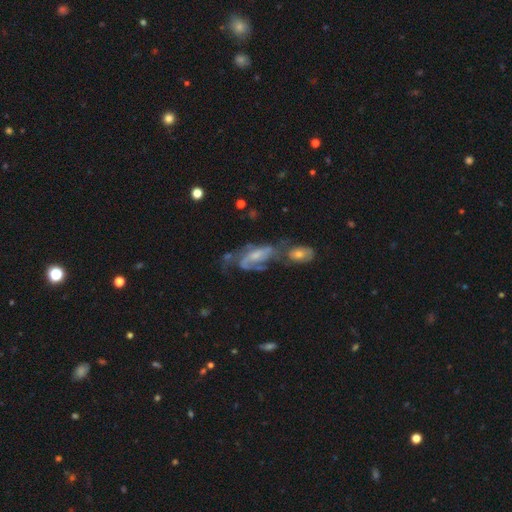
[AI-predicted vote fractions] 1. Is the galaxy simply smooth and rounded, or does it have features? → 78% featured or disk, 14% smooth, 7% star or artifact.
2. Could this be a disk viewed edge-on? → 94% no, 6% yes.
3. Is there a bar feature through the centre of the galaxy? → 43% no, 41% weak, 16% strong.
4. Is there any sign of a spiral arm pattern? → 88% yes, 12% no.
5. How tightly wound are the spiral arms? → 47% medium, 28% tight, 26% loose.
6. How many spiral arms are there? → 59% 2, 19% can't tell, 9% 1, 8% 3, 3% 4, 2% more than 4.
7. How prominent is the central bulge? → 54% small, 30% moderate, 11% none, 3% large, 1% dominant.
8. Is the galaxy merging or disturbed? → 35% merger, 29% none, 20% major disturbance, 16% minor disturbance.